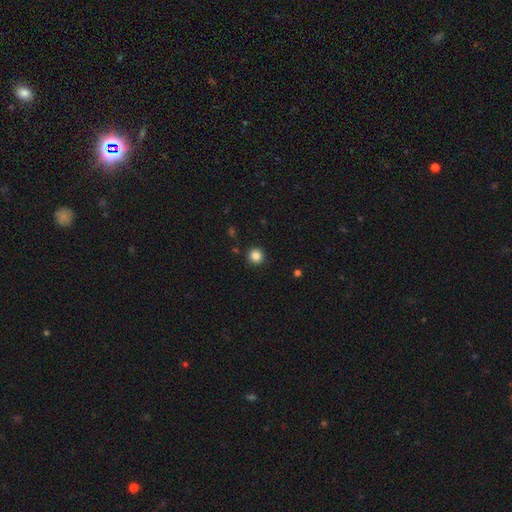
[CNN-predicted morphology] This appears to be a smooth galaxy with no disk features (85%) that is round (94%). Merging: none (92%).